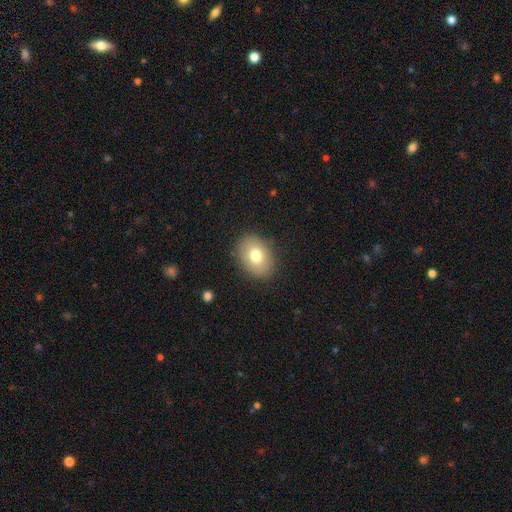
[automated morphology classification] smooth 75%, featured or disk 16%, star or artifact 8%. Down the decision tree: how rounded — in between (75%); merging — none (86%).